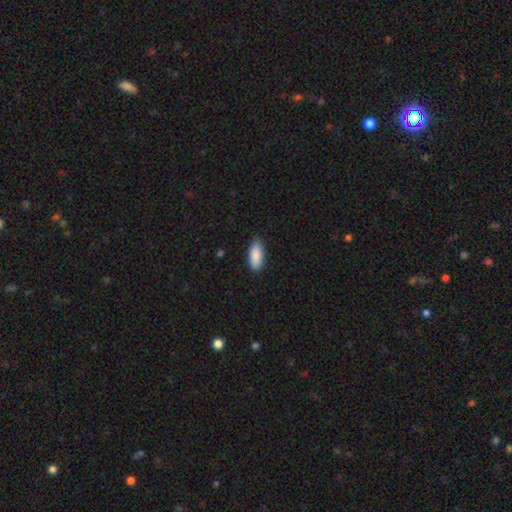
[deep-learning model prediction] smooth-or-featured: smooth: 90% | star or artifact: 6% | featured or disk: 4%
  how-rounded: in between: 85% | cigar-shaped: 13% | round: 2%
  merging: none: 88% | minor disturbance: 9% | major disturbance: 2% | merger: 1%